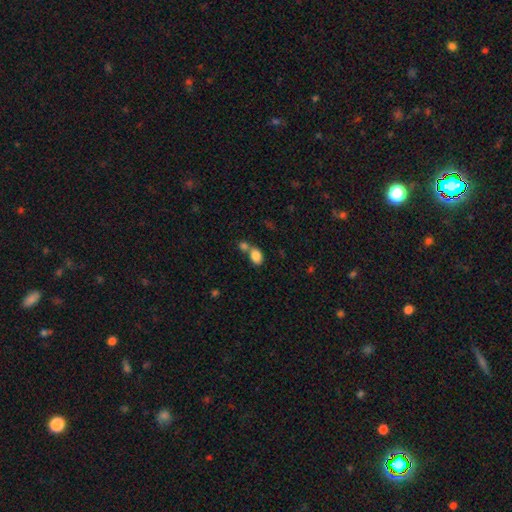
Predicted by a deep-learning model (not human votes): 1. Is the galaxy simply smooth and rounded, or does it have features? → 84% smooth, 8% star or artifact, 7% featured or disk.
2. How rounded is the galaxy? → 79% in between, 19% round, 1% cigar-shaped.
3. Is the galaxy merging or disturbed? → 46% merger, 40% none, 10% minor disturbance, 4% major disturbance.